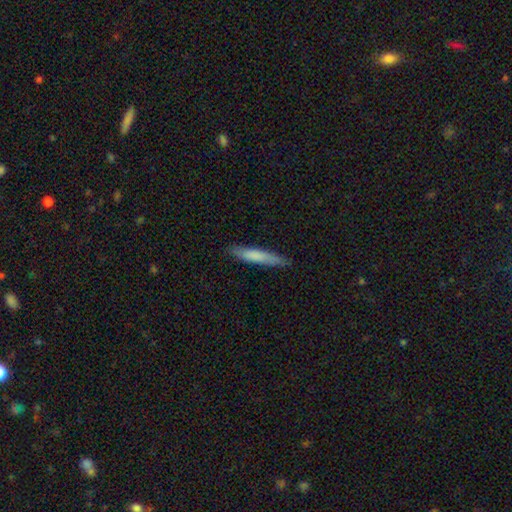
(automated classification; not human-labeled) Smooth or featured? Predicted: smooth (p=0.74). How rounded? Predicted: cigar-shaped (p=0.92). Merging? Predicted: none (p=0.85).